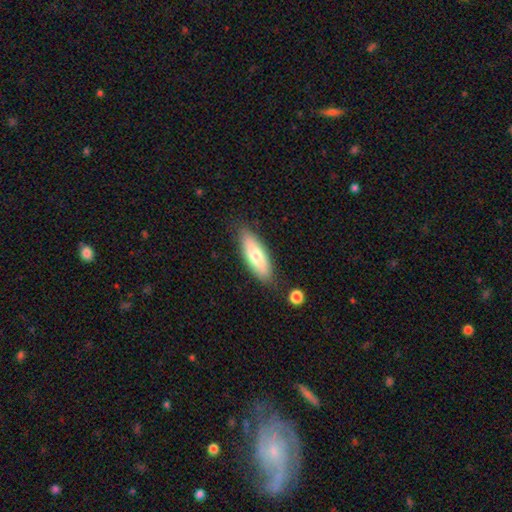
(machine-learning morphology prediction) The model was most divided on "how rounded": in between: 58%, cigar-shaped: 40%, round: 2%. More confident: merging — none (83%); smooth or featured — smooth (71%).